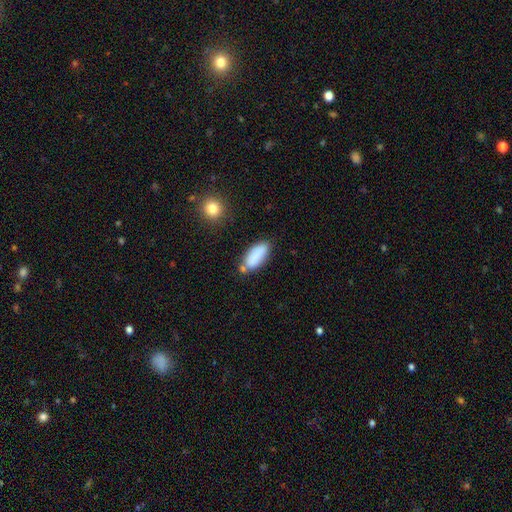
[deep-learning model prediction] A smooth galaxy with no disk features (86%) that is in between round and cigar-shaped (84%).

Vote fractions:
- Smooth or featured? smooth: 86% / featured or disk: 7% / star or artifact: 7%
- How rounded? in between: 84% / cigar-shaped: 14% / round: 2%
- Merging? none: 66% / minor disturbance: 19% / merger: 11% / major disturbance: 4%